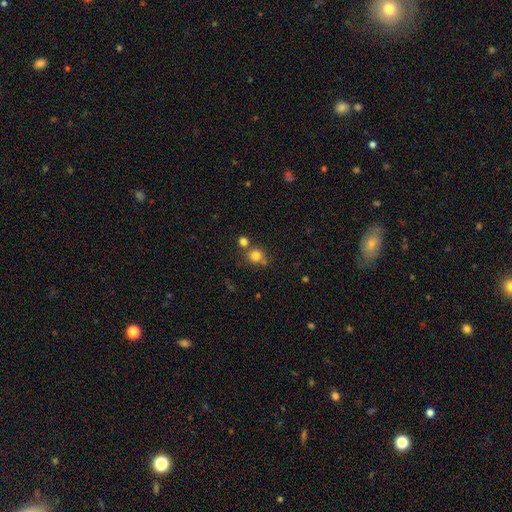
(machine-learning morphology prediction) Smooth or featured: smooth — 80% (star or artifact — 13%)
How rounded: round — 83% (in between — 16%)
Merging: none — 63% (merger — 21%)